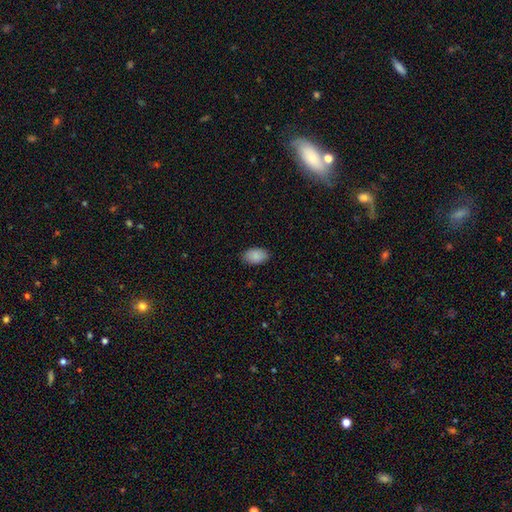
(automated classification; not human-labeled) Morphology: type=smooth (89%); roundness=in between (93%); merging=none (87%).